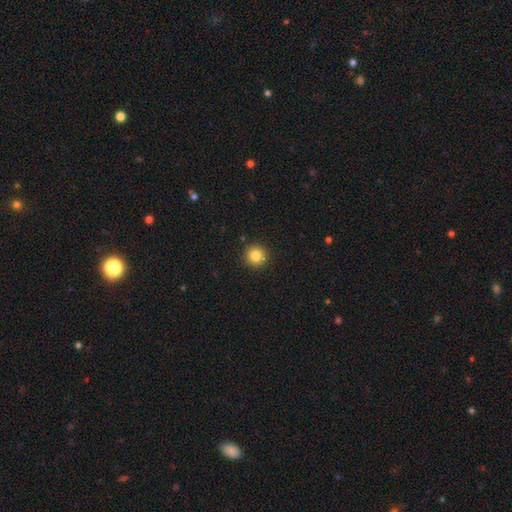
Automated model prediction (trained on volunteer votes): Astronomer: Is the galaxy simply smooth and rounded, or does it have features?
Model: smooth — 84%.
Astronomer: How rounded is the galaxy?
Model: round — 95%.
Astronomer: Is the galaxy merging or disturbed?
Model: none — 92%.